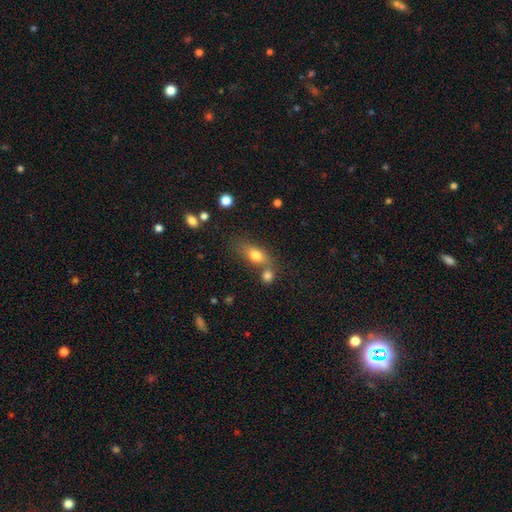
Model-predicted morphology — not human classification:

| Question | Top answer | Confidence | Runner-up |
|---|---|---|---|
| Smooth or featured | smooth | 75% | featured or disk (15%) |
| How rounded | in between | 76% | cigar-shaped (13%) |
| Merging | none | 52% | merger (28%) |